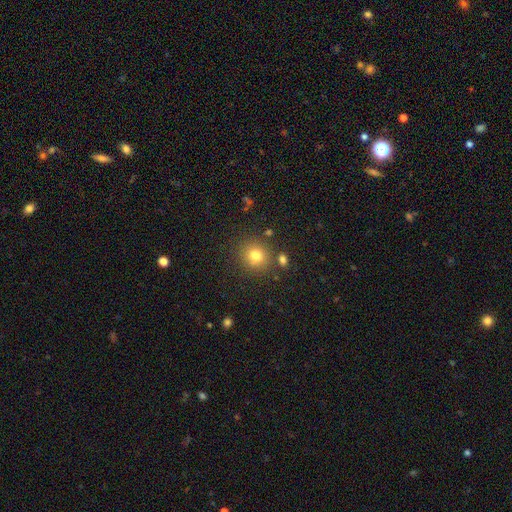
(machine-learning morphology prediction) Smooth or featured? Predicted: smooth (p=0.79). How rounded? Predicted: round (p=0.87). Merging? Predicted: none (p=0.82).